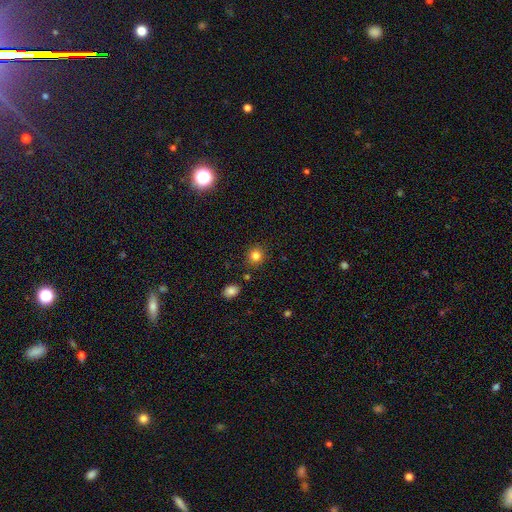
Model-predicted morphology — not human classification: A smooth galaxy with no disk features (82%) that is round (86%). Merging: none (86%).